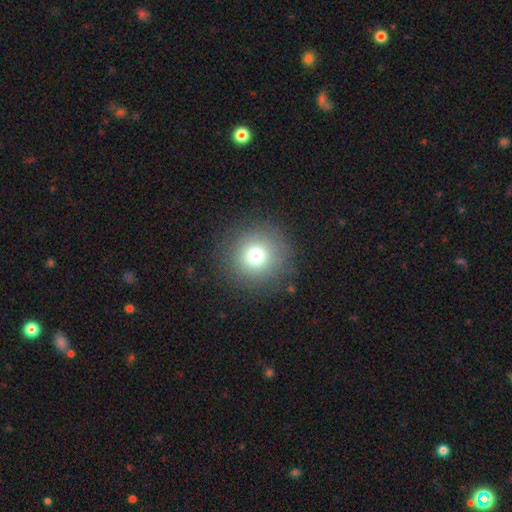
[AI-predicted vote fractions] smooth 74%, star or artifact 15%, featured or disk 11%. Down the decision tree: how rounded — round (94%); merging — none (87%).